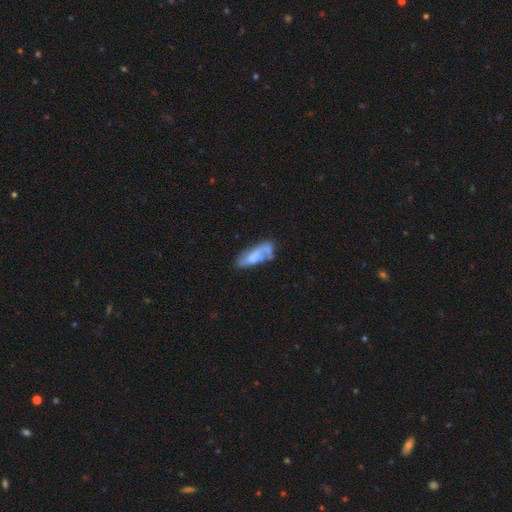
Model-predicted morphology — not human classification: A smooth galaxy with no disk features (51%) that is in between round and cigar-shaped (63%). Merging: none (40%).